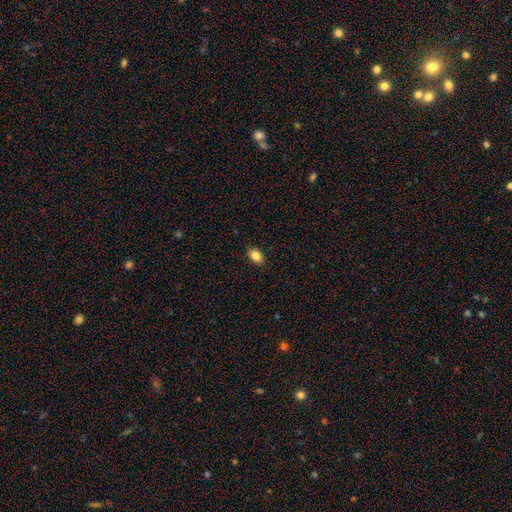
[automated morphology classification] type=smooth (85%); roundness=in between (78%); merging=none (89%).